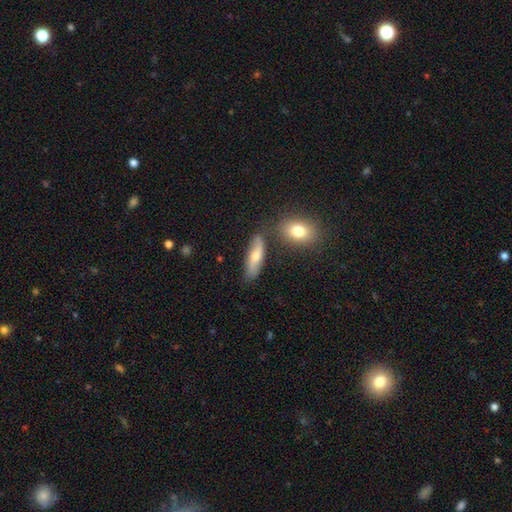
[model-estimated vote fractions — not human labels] This appears to be a smooth galaxy with no disk features (58%) that is in between round and cigar-shaped (49%). Merging: none (71%).